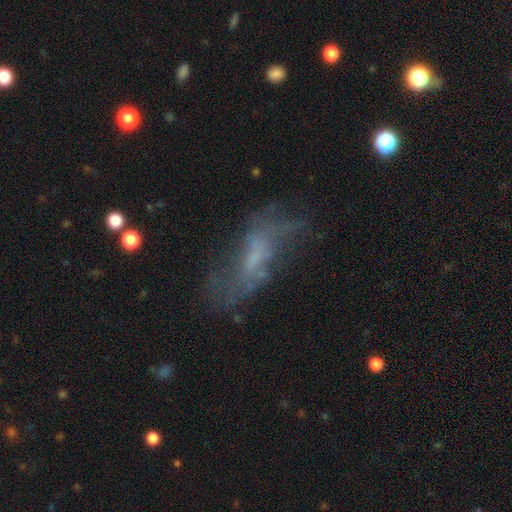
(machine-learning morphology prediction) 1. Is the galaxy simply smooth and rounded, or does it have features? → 53% featured or disk, 33% smooth, 14% star or artifact.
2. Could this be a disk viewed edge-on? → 87% no, 13% yes.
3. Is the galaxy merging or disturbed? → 45% none, 28% major disturbance, 22% minor disturbance, 5% merger.